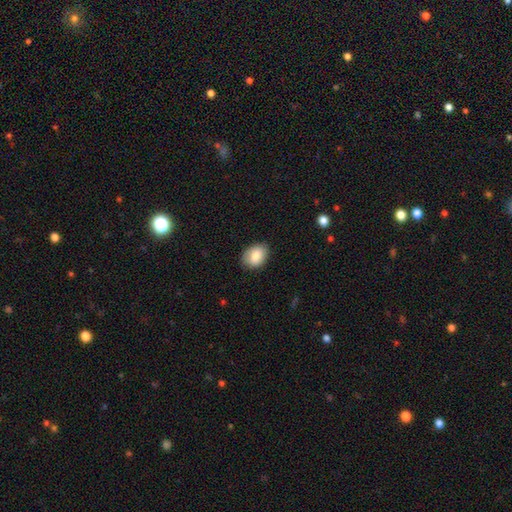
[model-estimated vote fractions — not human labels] Q: Smooth or featured?
A: smooth (81%); runner-up: featured or disk (12%)
Q: How rounded?
A: in between (71%); runner-up: round (28%)
Q: Merging?
A: none (79%); runner-up: minor disturbance (17%)